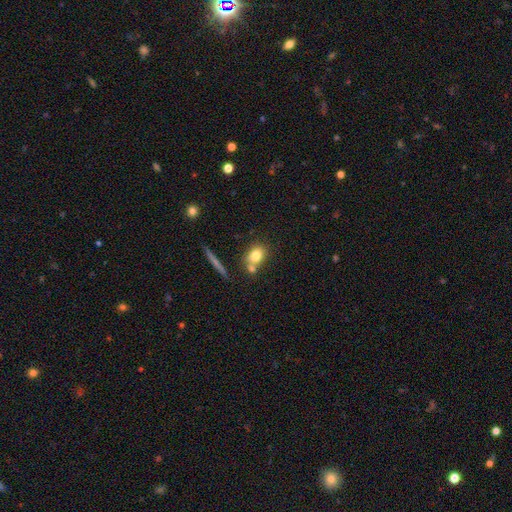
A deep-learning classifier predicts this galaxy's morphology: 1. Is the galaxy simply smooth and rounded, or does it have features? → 76% smooth, 14% featured or disk, 10% star or artifact.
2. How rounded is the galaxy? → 51% in between, 45% round, 4% cigar-shaped.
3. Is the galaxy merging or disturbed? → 55% none, 29% merger, 12% minor disturbance, 4% major disturbance.